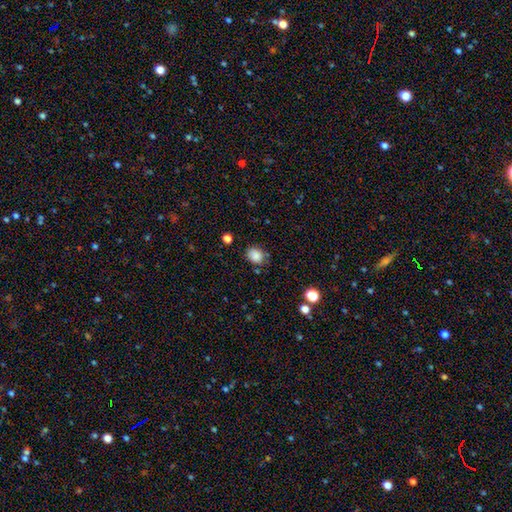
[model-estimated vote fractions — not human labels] Morphology: type=smooth (85%); roundness=round (52%); merging=none (73%).